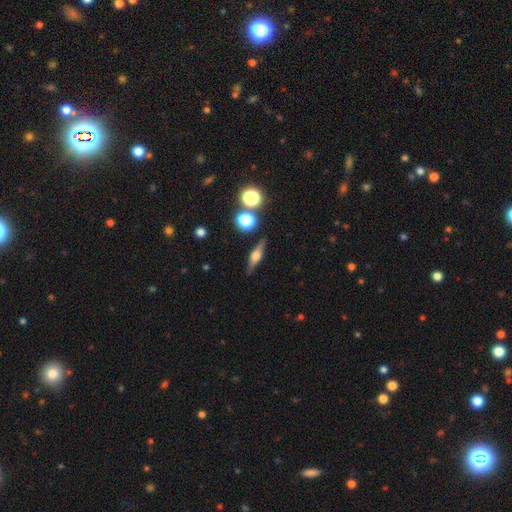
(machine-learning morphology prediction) Smooth or featured? Predicted: featured or disk (p=0.58). Edge-on disk? Predicted: yes (p=0.92). Edge-on bulge? Predicted: rounded (p=0.90). Merging? Predicted: none (p=0.84).